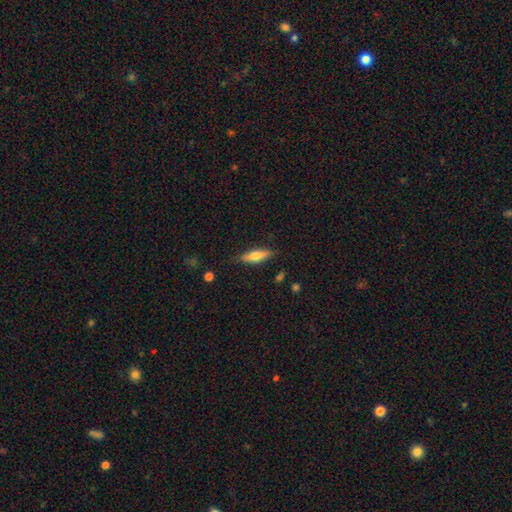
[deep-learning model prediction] A smooth galaxy with no disk features (61%) that is cigar-shaped (51%). Merging: none (83%).